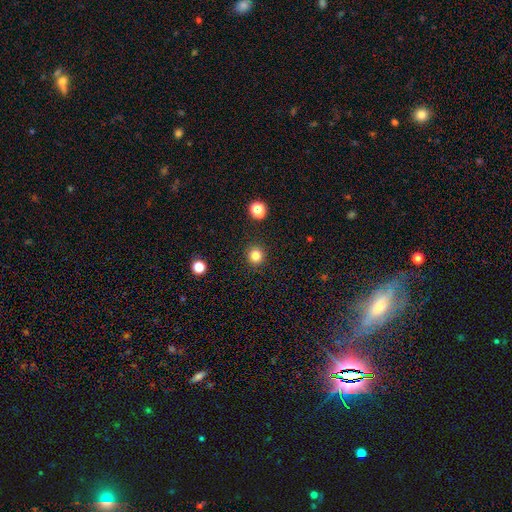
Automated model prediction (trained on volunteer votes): Overall: smooth (82%). How rounded: round (93%). Merging: none (91%).